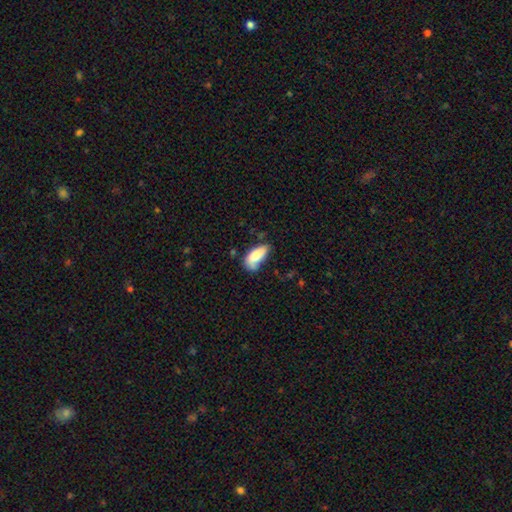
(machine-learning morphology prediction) smooth 80%, featured or disk 13%, star or artifact 7%. Down the decision tree: how rounded — in between (87%); merging — none (45%).